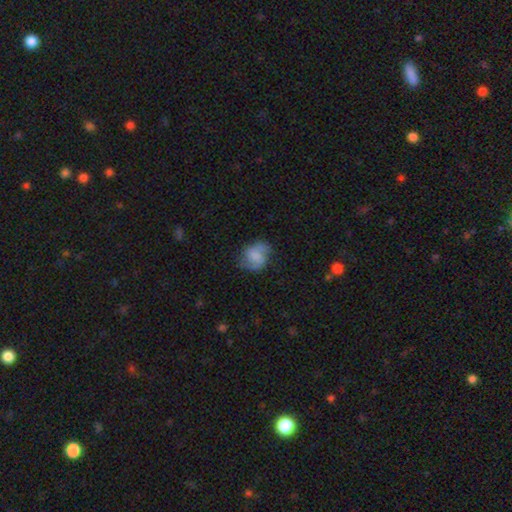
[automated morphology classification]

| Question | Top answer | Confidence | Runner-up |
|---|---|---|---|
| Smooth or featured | smooth | 47% | featured or disk (45%) |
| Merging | none | 67% | minor disturbance (23%) |